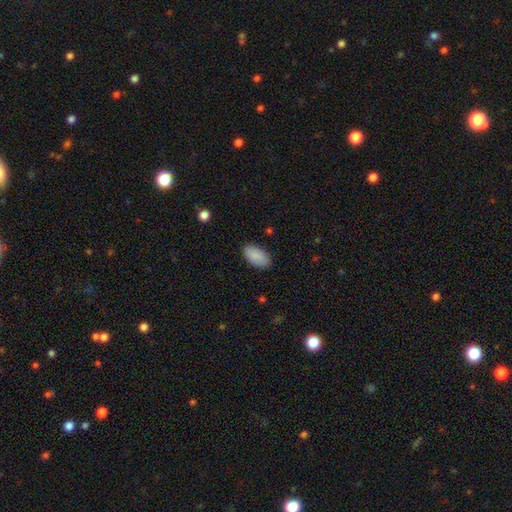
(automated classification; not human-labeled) smooth 90%, star or artifact 6%, featured or disk 4%. Down the decision tree: how rounded — in between (95%); merging — none (87%).